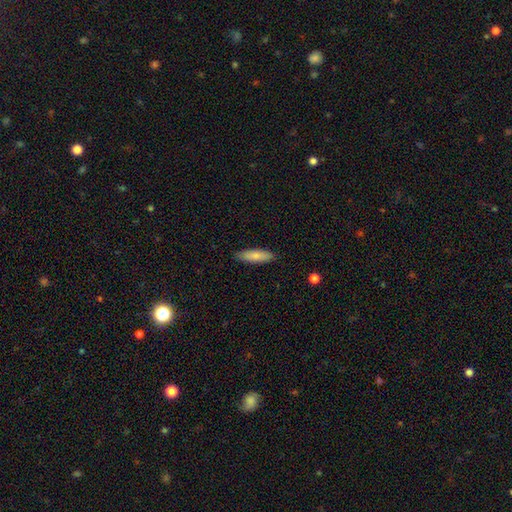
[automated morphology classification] Smooth or featured? smooth (81%)
How rounded? cigar-shaped (55%)
Merging? none (87%)